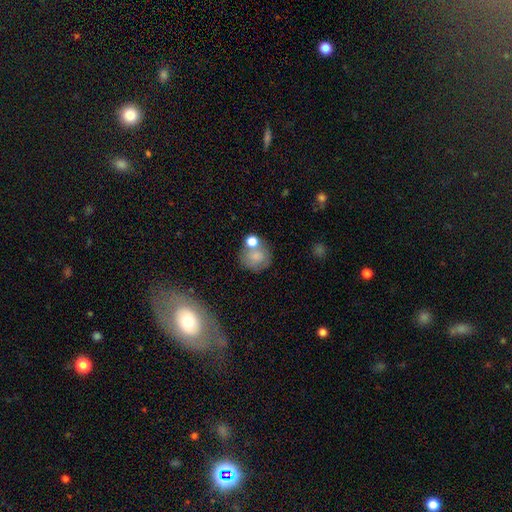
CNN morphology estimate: Smooth or featured?
  - smooth: 73% *
  - featured or disk: 17%
  - star or artifact: 10%
How rounded?
  - round: 81% *
  - in between: 18%
  - cigar-shaped: 1%
Merging?
  - none: 53% *
  - merger: 24%
  - minor disturbance: 16%
  - major disturbance: 7%